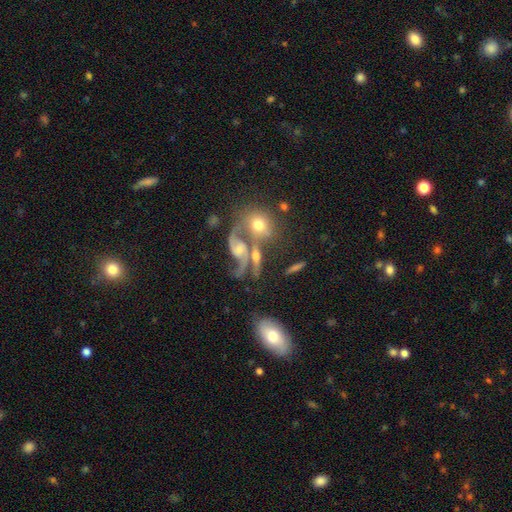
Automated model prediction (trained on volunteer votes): The model was most divided on "bulge size" (2-way tie): moderate: 40%, small: 40%, none: 9%, large: 8%, dominant: 3%. Remaining: edge-on disk — no (85%); spiral arms — yes (81%); smooth or featured — featured or disk (61%); bar — no (58%); merging — merger (48%).